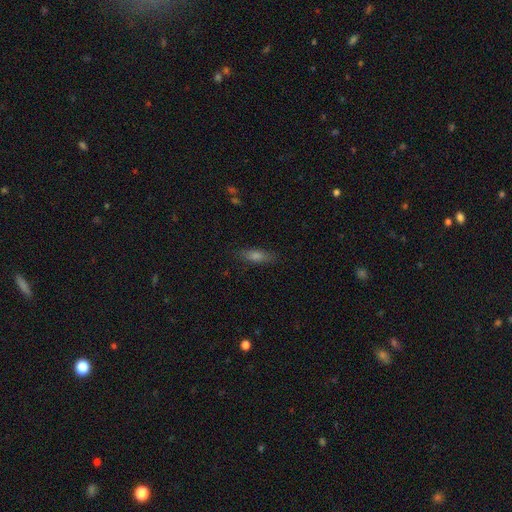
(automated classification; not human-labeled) This is possibly a smooth galaxy (59%). How rounded: possibly cigar-shaped (60%). Merging: clearly none (85%).